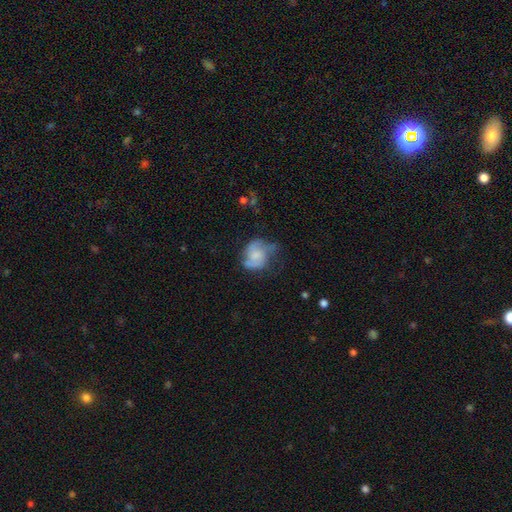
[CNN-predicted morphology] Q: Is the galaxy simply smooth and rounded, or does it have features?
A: smooth — 47%.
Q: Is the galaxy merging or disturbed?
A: none — 38%.